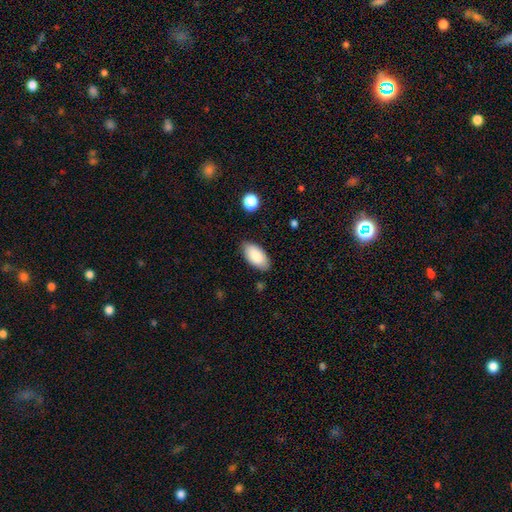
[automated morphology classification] smooth 88%, star or artifact 6%, featured or disk 5%. Down the decision tree: how rounded — in between (94%); merging — none (83%).